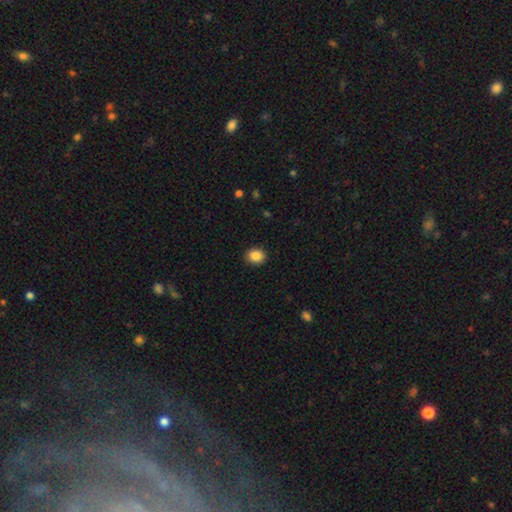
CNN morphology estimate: A smooth galaxy with no disk features (87%) that is round (61%). Merging: none (90%).